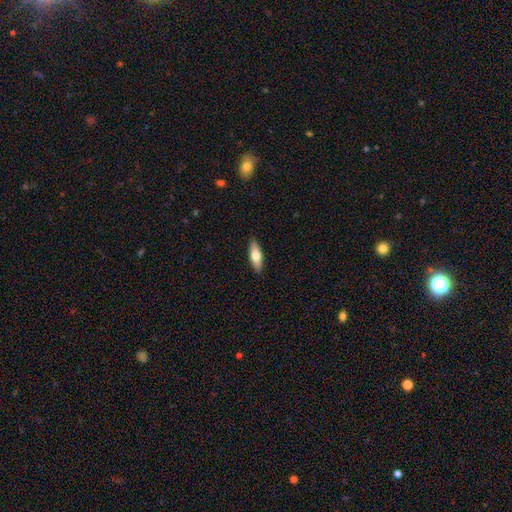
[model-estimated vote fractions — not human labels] Smooth or featured?
  - smooth: 67% *
  - featured or disk: 28%
  - star or artifact: 6%
How rounded?
  - in between: 57% *
  - cigar-shaped: 40%
  - round: 2%
Merging?
  - none: 89% *
  - minor disturbance: 8%
  - major disturbance: 2%
  - merger: 1%